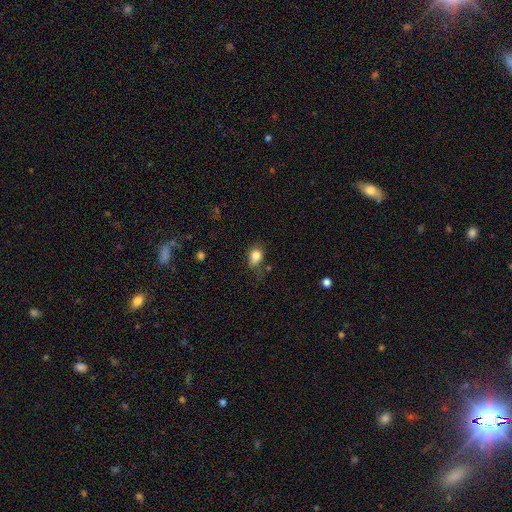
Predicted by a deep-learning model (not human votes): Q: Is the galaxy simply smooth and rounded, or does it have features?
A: smooth — 83%.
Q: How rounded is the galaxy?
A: in between — 64%.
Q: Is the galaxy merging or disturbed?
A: none — 56%.